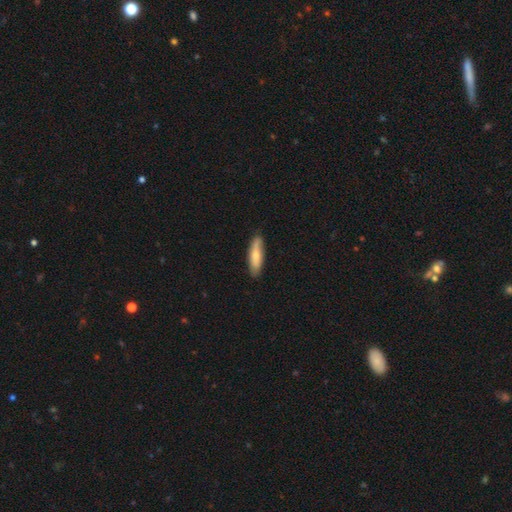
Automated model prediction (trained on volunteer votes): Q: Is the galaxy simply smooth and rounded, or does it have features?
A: smooth — 65%.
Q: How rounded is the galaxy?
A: cigar-shaped — 61%.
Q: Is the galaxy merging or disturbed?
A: none — 81%.